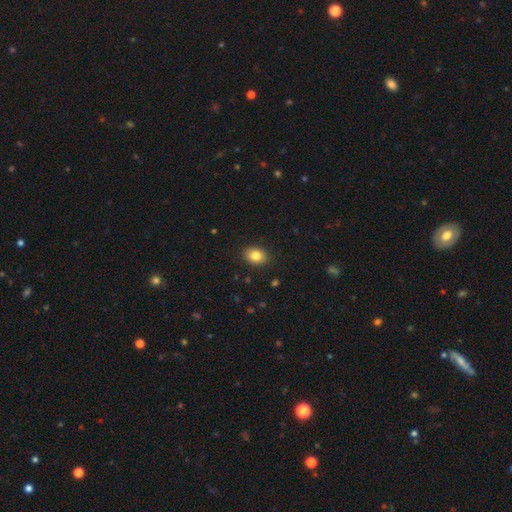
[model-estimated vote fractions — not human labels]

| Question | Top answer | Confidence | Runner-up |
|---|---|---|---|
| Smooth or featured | smooth | 84% | star or artifact (9%) |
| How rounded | in between | 63% | round (36%) |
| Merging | none | 90% | minor disturbance (7%) |